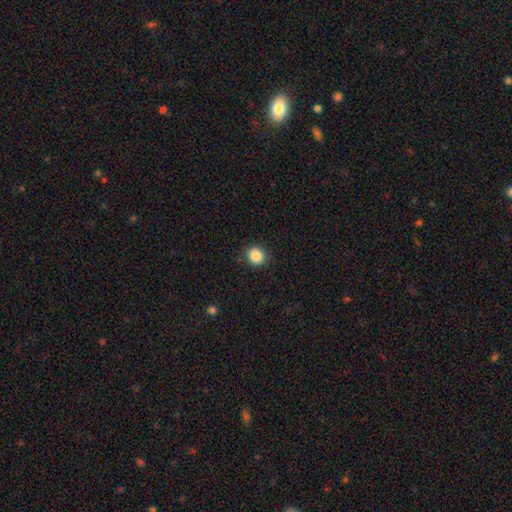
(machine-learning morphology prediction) A smooth galaxy with no disk features (87%) that is round (83%). Merging: none (89%).